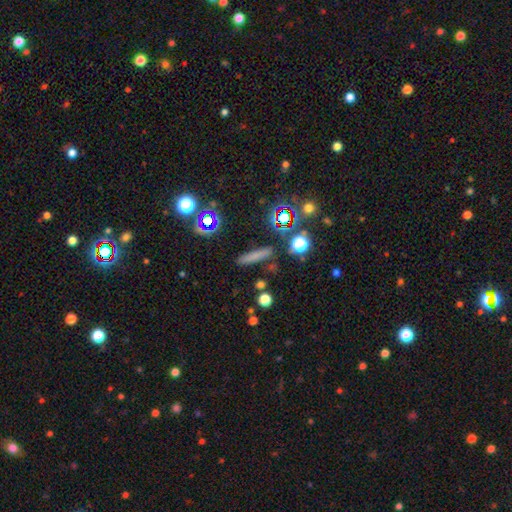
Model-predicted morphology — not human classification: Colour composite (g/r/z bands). It shows a smooth galaxy with no disk features (68%) that is cigar-shaped (86%). Merging: none (84%).